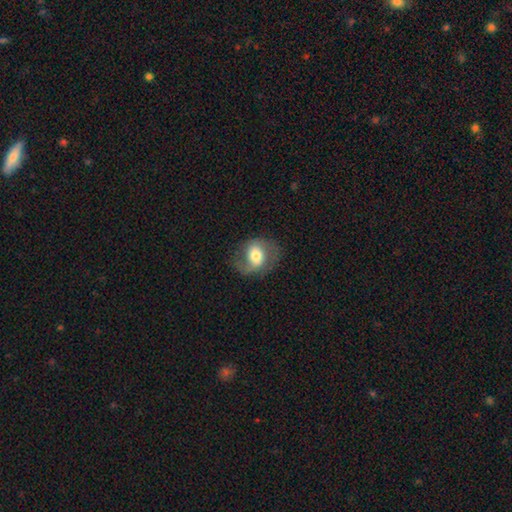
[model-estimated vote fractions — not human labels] Morphology: type=featured or disk (52%); edge-on=no (96%); merging=none (62%).